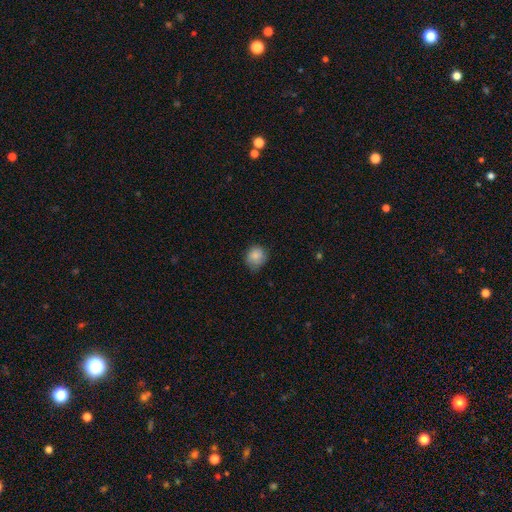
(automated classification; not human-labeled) Smooth or featured: smooth — 83% (featured or disk — 9%)
How rounded: round — 76% (in between — 23%)
Merging: none — 66% (minor disturbance — 28%)